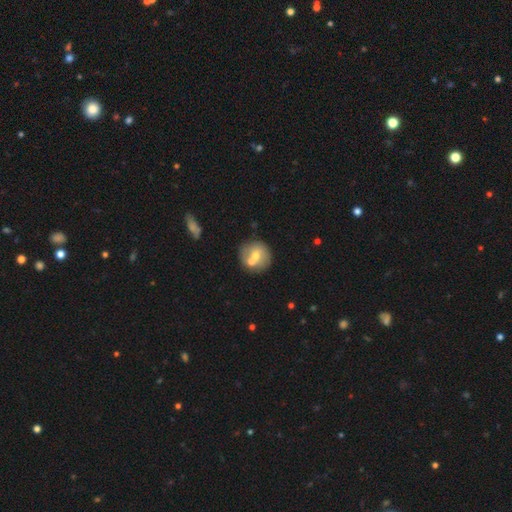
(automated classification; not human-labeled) The model was most divided on "merging": none: 58%, merger: 29%, minor disturbance: 10%, major disturbance: 3%. More confident: how rounded — round (91%); smooth or featured — smooth (63%).